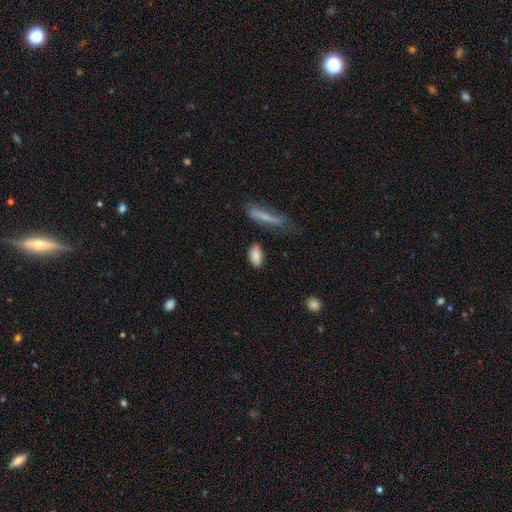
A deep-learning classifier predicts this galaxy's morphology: Smooth or featured: smooth — 86% (featured or disk — 7%)
How rounded: in between — 88% (cigar-shaped — 8%)
Merging: none — 78% (minor disturbance — 14%)